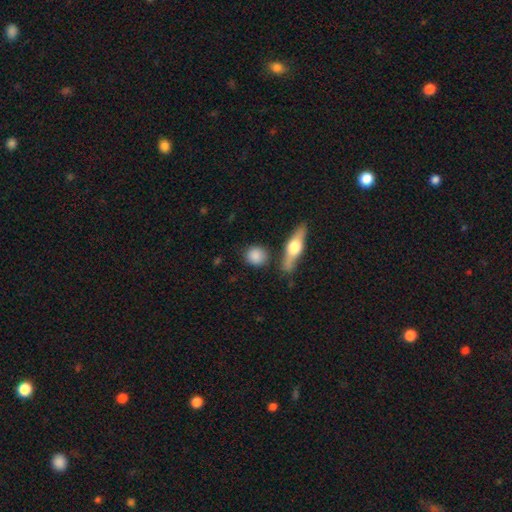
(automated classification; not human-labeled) Morphology: type=smooth (81%); roundness=round (73%); merging=none (79%).